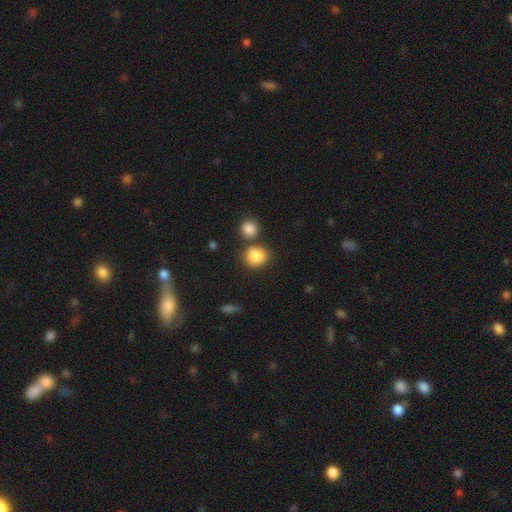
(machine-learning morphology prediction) smooth 85%, star or artifact 9%, featured or disk 6%. Down the decision tree: how rounded — round (71%); merging — none (58%).